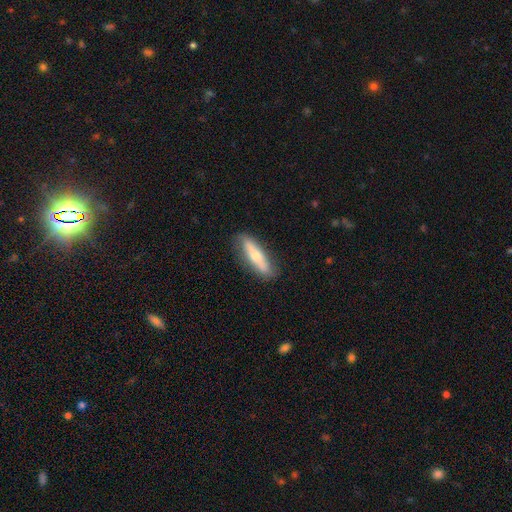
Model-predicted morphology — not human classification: smooth_or_featured: smooth (p=0.52) [alt: featured or disk p=0.42]
how_rounded: cigar-shaped (p=0.69) [alt: in between p=0.28]
merging: none (p=0.85) [alt: minor disturbance p=0.12]